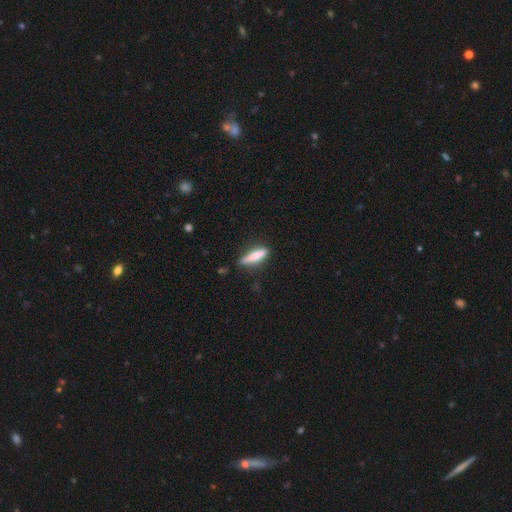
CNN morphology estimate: smooth 65%, featured or disk 29%, star or artifact 7%. Down the decision tree: how rounded — cigar-shaped (80%); merging — none (76%).